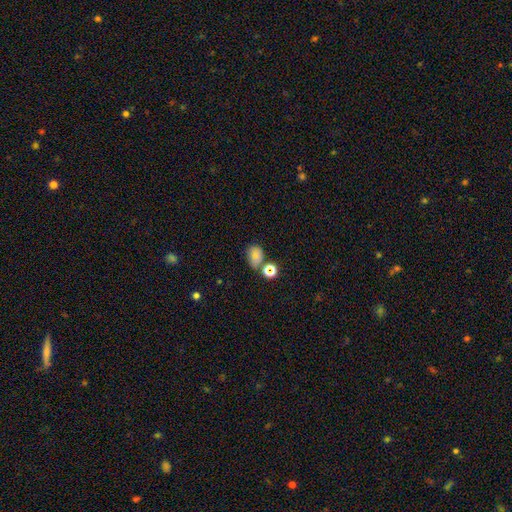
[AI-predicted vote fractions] Smooth or featured: smooth — 74% (star or artifact — 18%)
How rounded: in between — 67% (round — 32%)
Merging: none — 55% (merger — 19%)